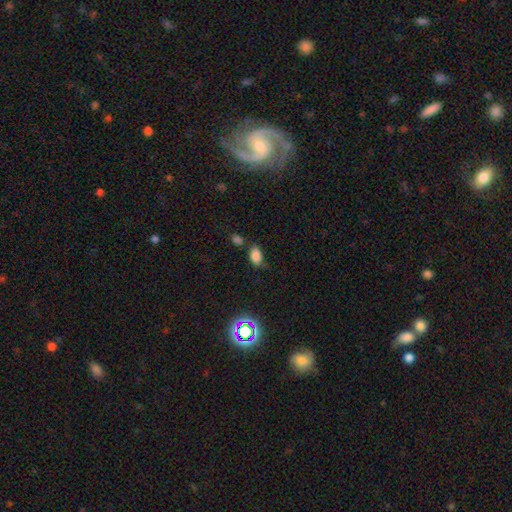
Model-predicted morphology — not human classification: Overall: smooth (80%). How rounded: in between (90%). Merging: none (61%; minor disturbance 22%).